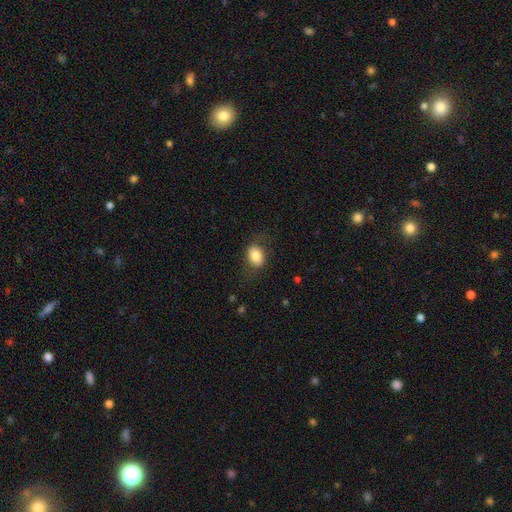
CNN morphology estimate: This is clearly a smooth galaxy (80%). How rounded: likely in between (74%). Merging: likely none (72%).